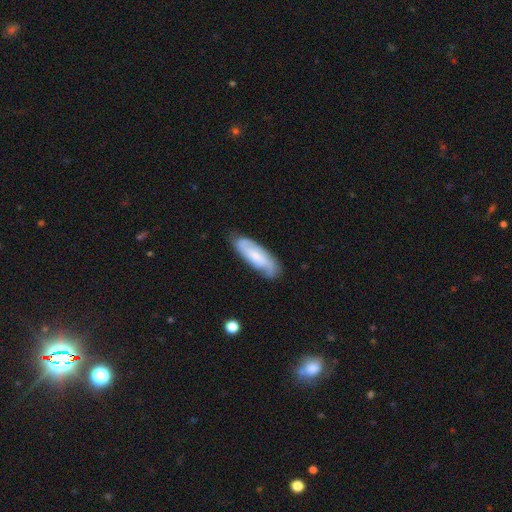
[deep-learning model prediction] Overall: featured or disk (60%; smooth 34%). Edge-on disk: no (85%). Bar: no (50%; weak 37%). Spiral arms: yes (91%). Bulge size: small (52%; moderate 26%). Merging: none (75%).